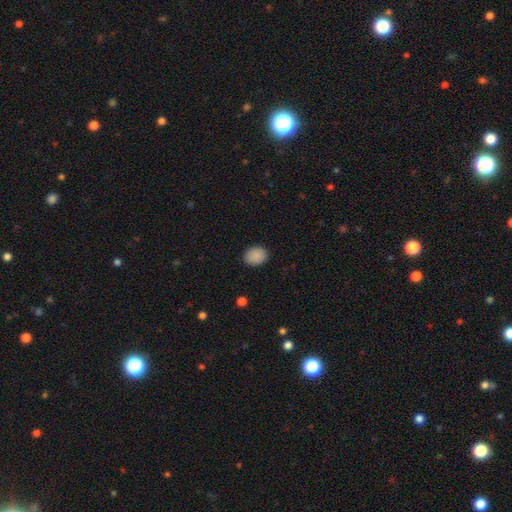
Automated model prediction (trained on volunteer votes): Q: Smooth or featured?
A: smooth (89%); runner-up: star or artifact (8%)
Q: How rounded?
A: in between (51%); runner-up: round (48%)
Q: Merging?
A: none (89%); runner-up: minor disturbance (8%)